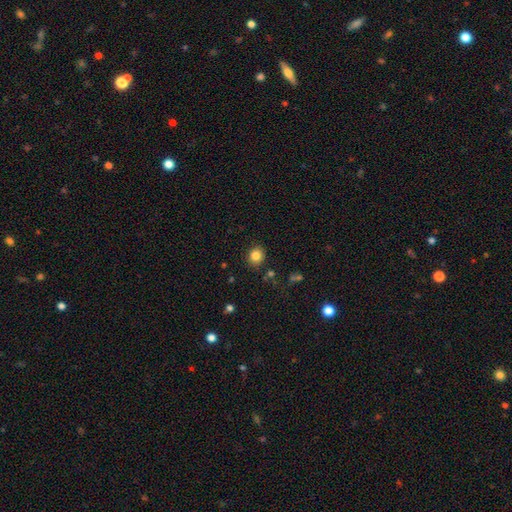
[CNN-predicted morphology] This appears to be a smooth galaxy with no disk features (83%) that is round (79%). Merging: none (88%).